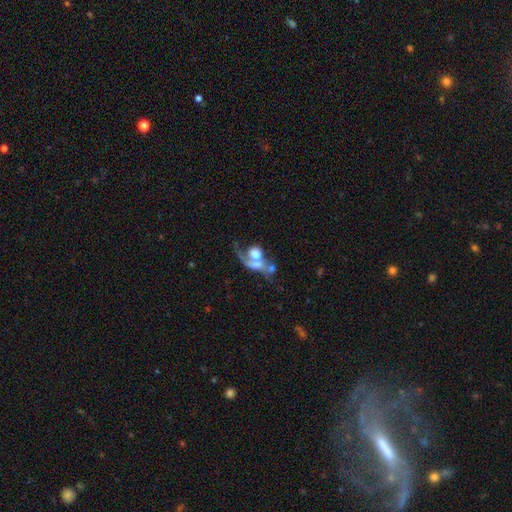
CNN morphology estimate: This is possibly a featured or disk galaxy (50%). It is clearly not viewed edge-on (94%). Merging: possibly merger (49%).